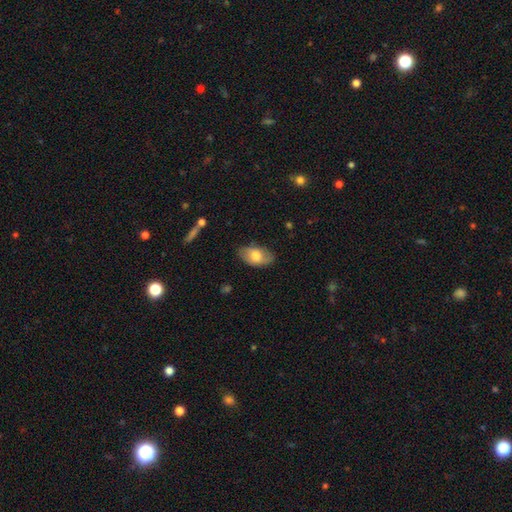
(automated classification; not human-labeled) smooth_or_featured: smooth (p=0.73) [alt: featured or disk p=0.21]
how_rounded: in between (p=0.94) [alt: round p=0.05]
merging: none (p=0.79) [alt: minor disturbance p=0.16]